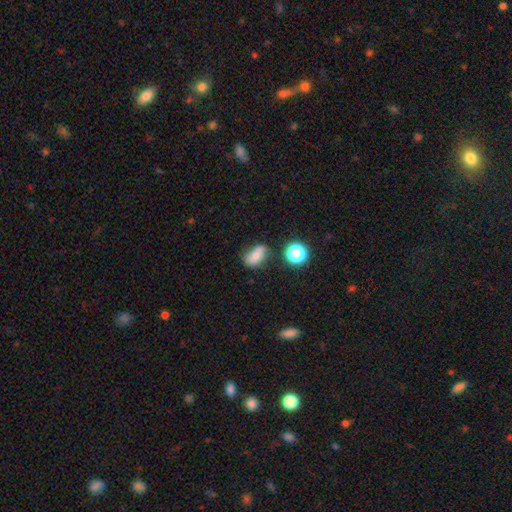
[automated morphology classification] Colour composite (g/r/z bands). It shows a smooth galaxy with no disk features (67%) that is in between round and cigar-shaped (80%). Merging: none (63%).